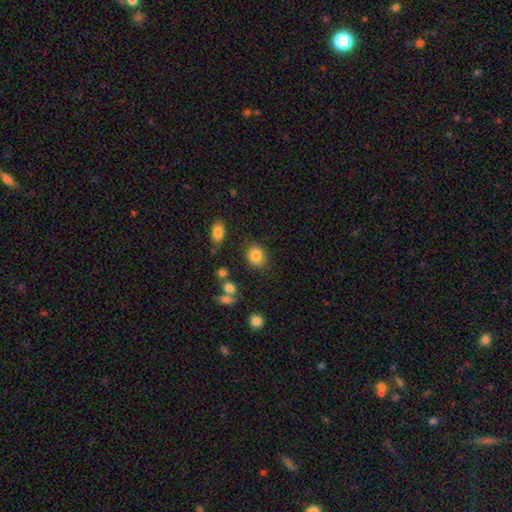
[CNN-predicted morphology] type=smooth (84%); roundness=round (62%); merging=none (80%).